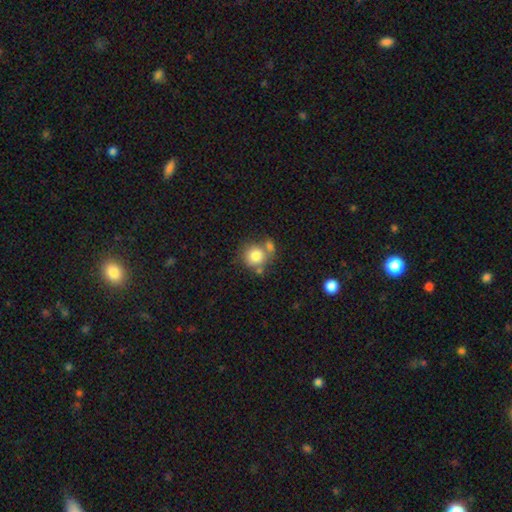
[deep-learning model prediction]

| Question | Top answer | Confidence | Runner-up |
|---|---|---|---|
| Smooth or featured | smooth | 81% | featured or disk (10%) |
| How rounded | round | 88% | in between (11%) |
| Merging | none | 52% | merger (30%) |